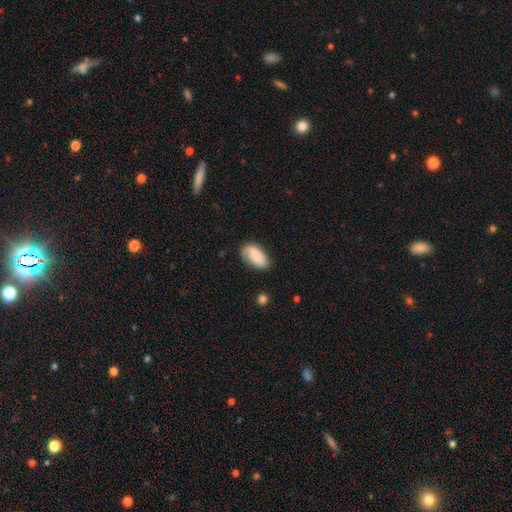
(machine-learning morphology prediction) type=smooth (68%); roundness=in between (93%); merging=none (62%).